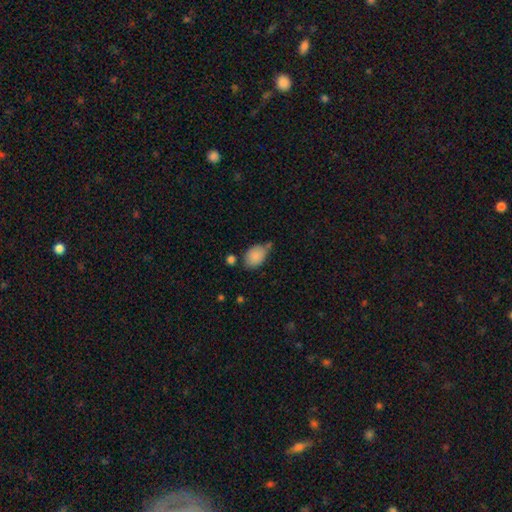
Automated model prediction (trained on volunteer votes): Smooth or featured: smooth — 85% (star or artifact — 8%)
How rounded: in between — 79% (round — 20%)
Merging: none — 52% (minor disturbance — 29%)